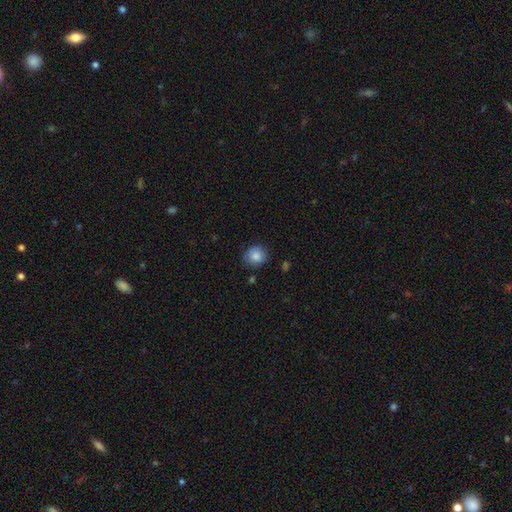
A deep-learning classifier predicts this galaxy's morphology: Smooth or featured? Predicted: smooth (p=0.86). How rounded? Predicted: round (p=0.87). Merging? Predicted: none (p=0.82).